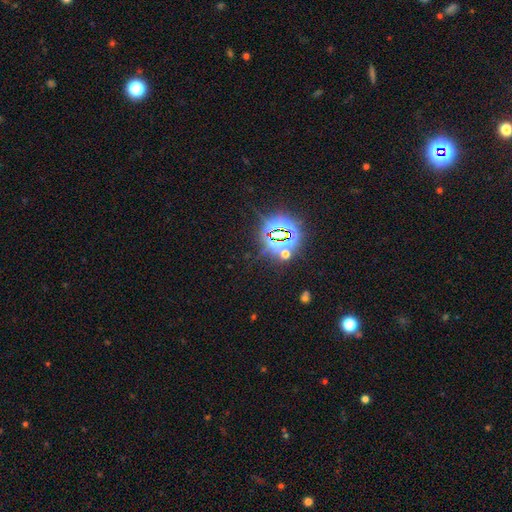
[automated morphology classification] Q: Smooth or featured?
A: star or artifact (82%); runner-up: smooth (11%)